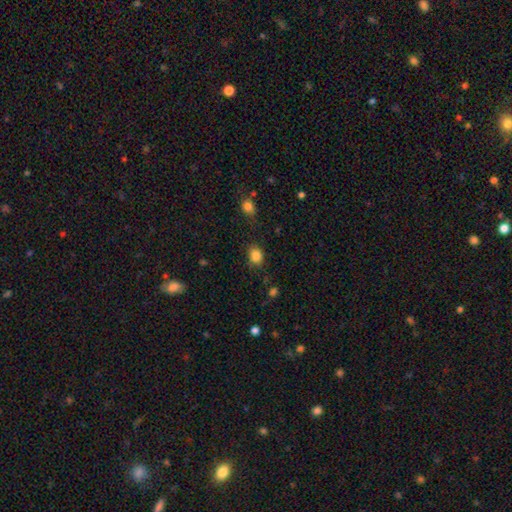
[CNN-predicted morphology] Q: Smooth or featured?
A: smooth (85%); runner-up: star or artifact (10%)
Q: How rounded?
A: in between (51%); runner-up: round (48%)
Q: Merging?
A: none (78%); runner-up: minor disturbance (16%)